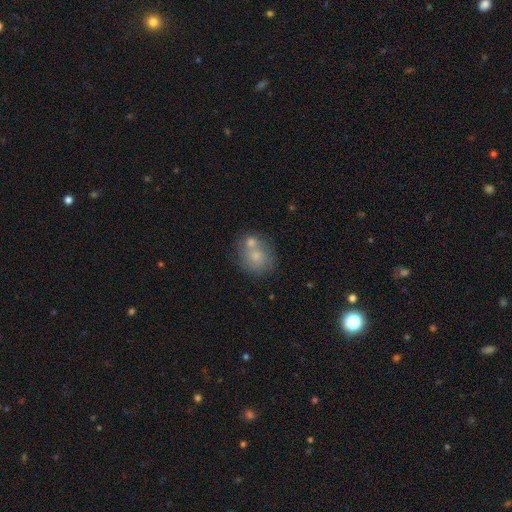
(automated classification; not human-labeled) smooth_or_featured: smooth (p=0.70) [alt: featured or disk p=0.21]
how_rounded: round (p=0.70) [alt: in between p=0.29]
merging: merger (p=0.42) [alt: none p=0.40]